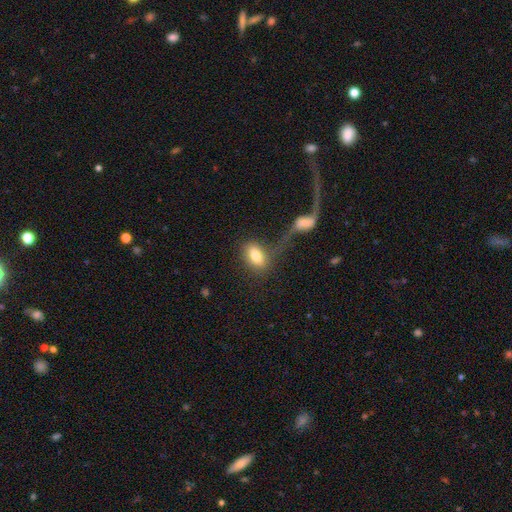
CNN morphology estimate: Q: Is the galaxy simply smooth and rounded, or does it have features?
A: smooth — 79%.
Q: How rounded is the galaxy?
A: in between — 89%.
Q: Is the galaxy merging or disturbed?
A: none — 42%.